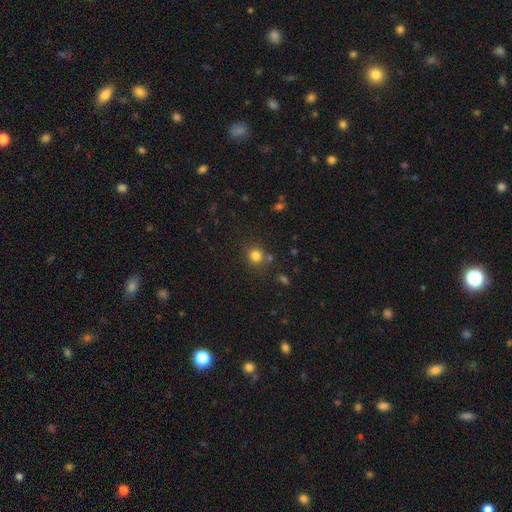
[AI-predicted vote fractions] Morphology: type=smooth (81%); roundness=round (87%); merging=none (77%).